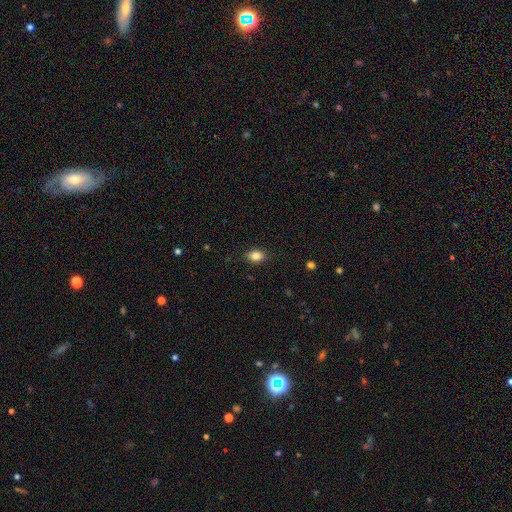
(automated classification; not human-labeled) This is clearly a smooth galaxy (84%). How rounded: likely in between (73%). Merging: clearly none (86%).